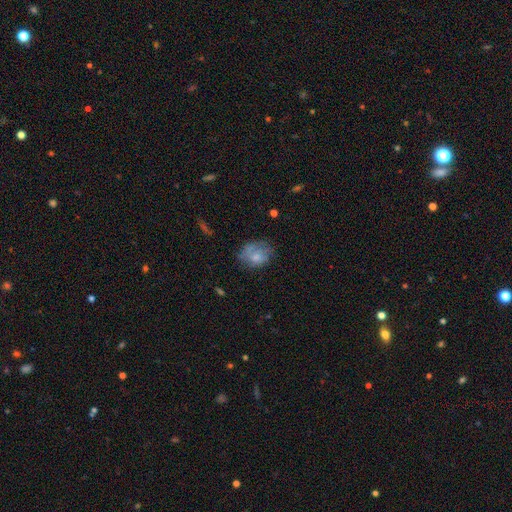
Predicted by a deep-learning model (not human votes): Smooth or featured: smooth — 54% (featured or disk — 36%)
How rounded: in between — 56% (round — 43%)
Merging: none — 49% (minor disturbance — 27%)